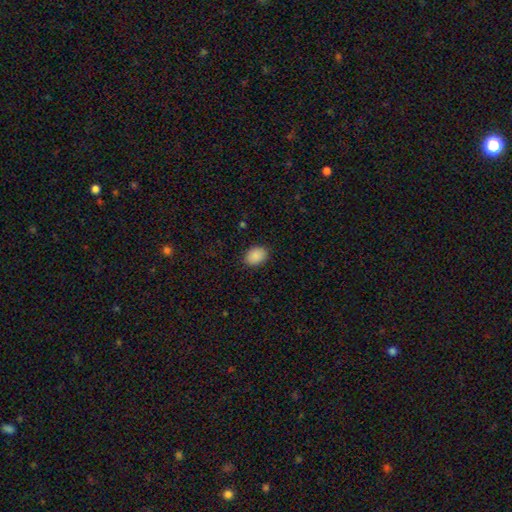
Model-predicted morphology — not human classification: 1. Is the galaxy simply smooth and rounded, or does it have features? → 90% smooth, 7% star or artifact, 3% featured or disk.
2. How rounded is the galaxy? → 68% in between, 31% round, 1% cigar-shaped.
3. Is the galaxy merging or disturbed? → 88% none, 9% minor disturbance, 2% major disturbance, 1% merger.